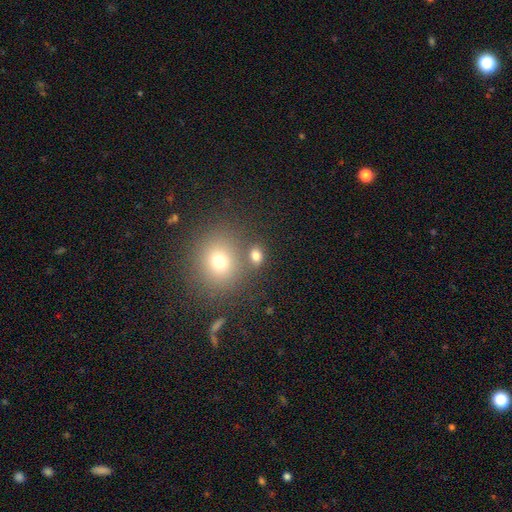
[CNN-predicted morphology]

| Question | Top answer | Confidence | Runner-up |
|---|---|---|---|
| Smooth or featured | smooth | 76% | star or artifact (15%) |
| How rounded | in between | 58% | round (40%) |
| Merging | none | 66% | merger (19%) |